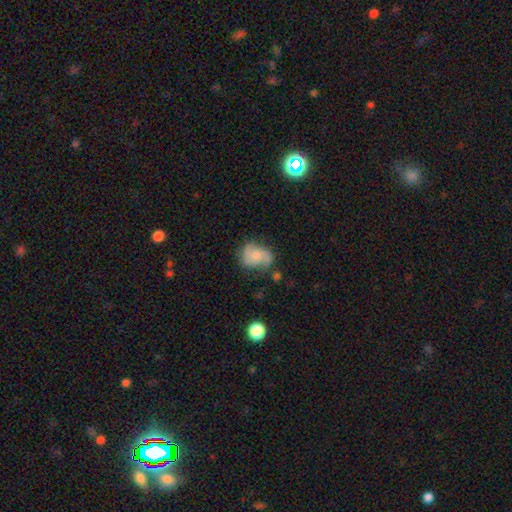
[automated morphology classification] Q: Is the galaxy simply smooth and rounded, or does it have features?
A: featured or disk — 47%.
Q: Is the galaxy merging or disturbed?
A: none — 50%.